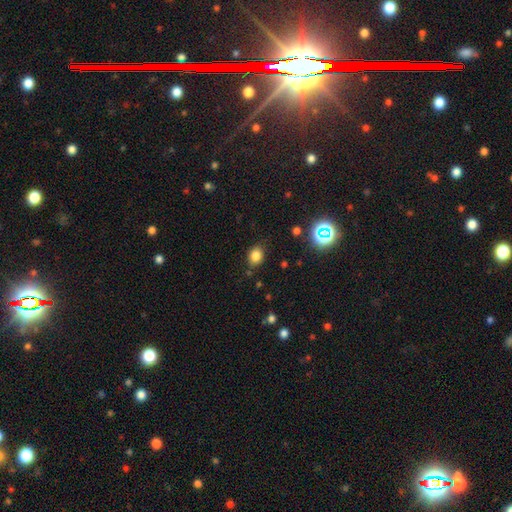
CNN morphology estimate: This appears to be a smooth galaxy with no disk features (80%) that is in between round and cigar-shaped (52%). Merging: none (82%).